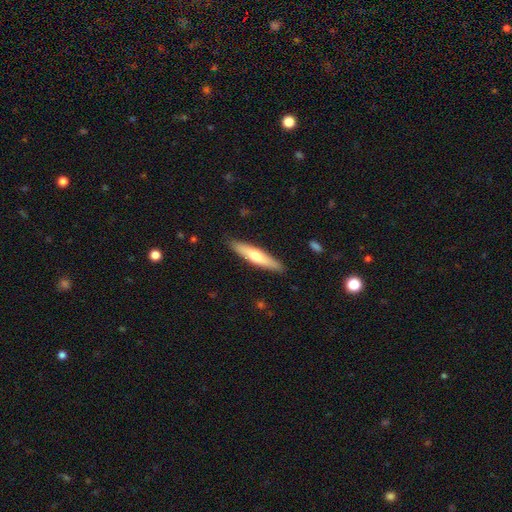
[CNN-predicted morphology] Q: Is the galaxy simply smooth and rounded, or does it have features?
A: smooth — 55%.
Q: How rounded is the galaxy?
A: cigar-shaped — 84%.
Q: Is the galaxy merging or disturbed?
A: none — 89%.